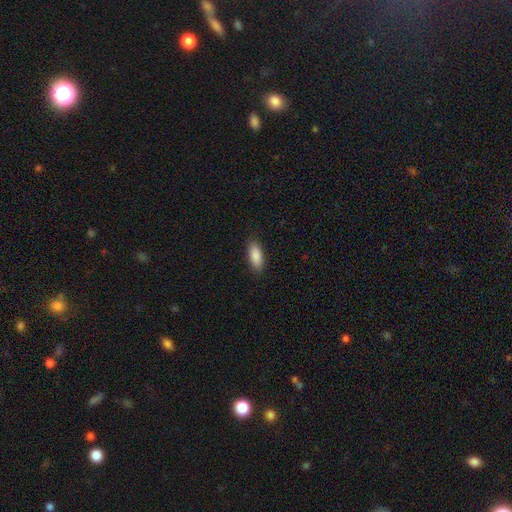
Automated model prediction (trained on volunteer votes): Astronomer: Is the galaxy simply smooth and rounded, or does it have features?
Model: smooth — 89%.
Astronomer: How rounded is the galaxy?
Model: in between — 81%.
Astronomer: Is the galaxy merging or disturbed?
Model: none — 87%.